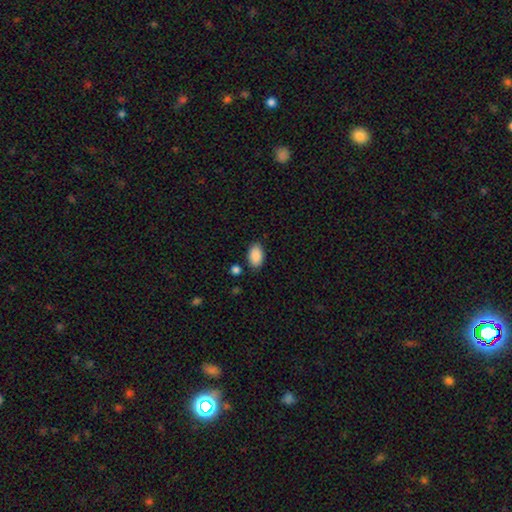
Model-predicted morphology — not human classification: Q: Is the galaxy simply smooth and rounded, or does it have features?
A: smooth — 90%.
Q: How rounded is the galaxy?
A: in between — 92%.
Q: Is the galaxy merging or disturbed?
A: none — 83%.